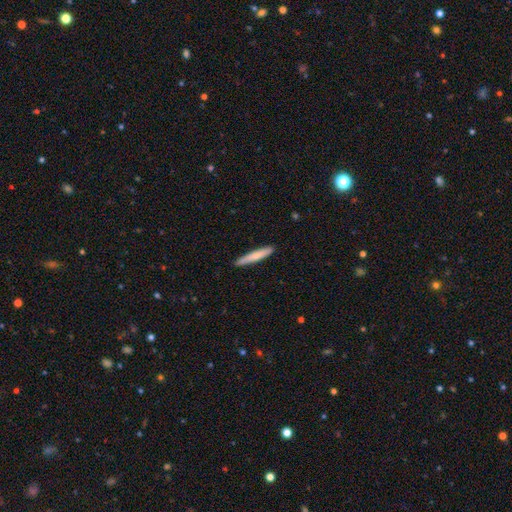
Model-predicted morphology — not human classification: This is likely a smooth galaxy (74%). How rounded: clearly cigar-shaped (94%). Merging: clearly none (88%).